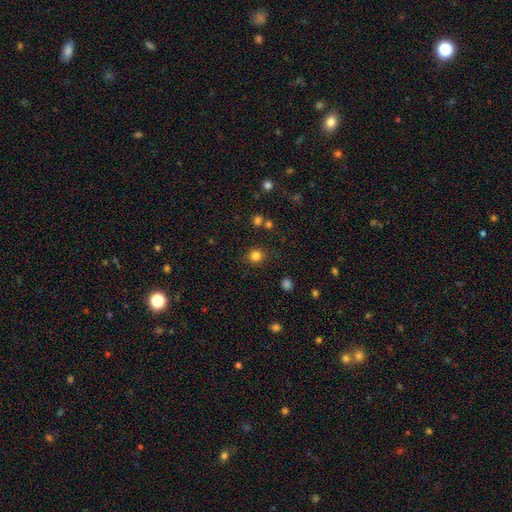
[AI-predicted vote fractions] smooth-or-featured: smooth: 82% | star or artifact: 13% | featured or disk: 5%
  how-rounded: round: 91% | in between: 8% | cigar-shaped: 1%
  merging: none: 87% | minor disturbance: 8% | merger: 3% | major disturbance: 3%